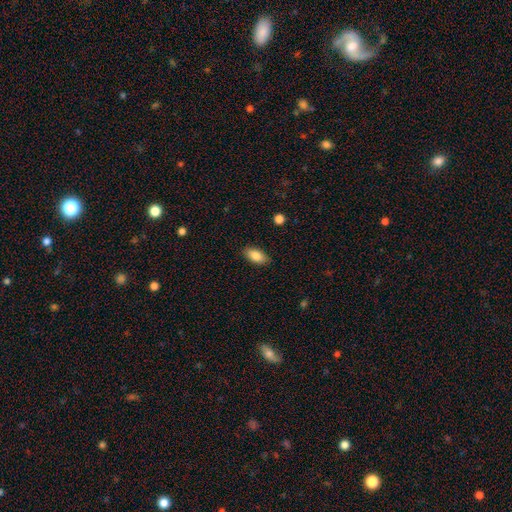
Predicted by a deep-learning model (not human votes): Smooth or featured? smooth (86%)
How rounded? in between (91%)
Merging? none (87%)